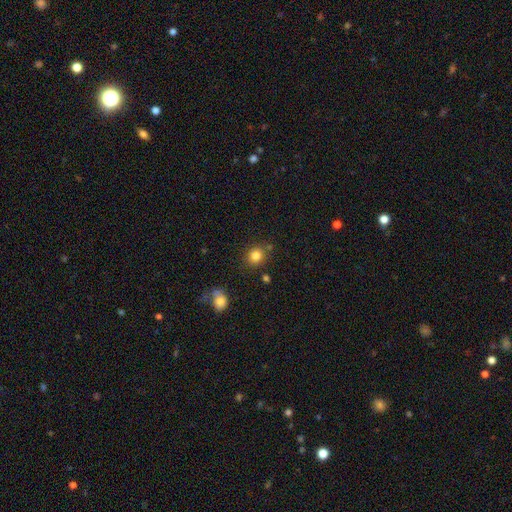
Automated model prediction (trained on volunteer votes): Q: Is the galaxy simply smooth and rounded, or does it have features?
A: smooth — 82%.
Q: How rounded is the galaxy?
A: round — 79%.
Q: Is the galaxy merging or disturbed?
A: none — 78%.